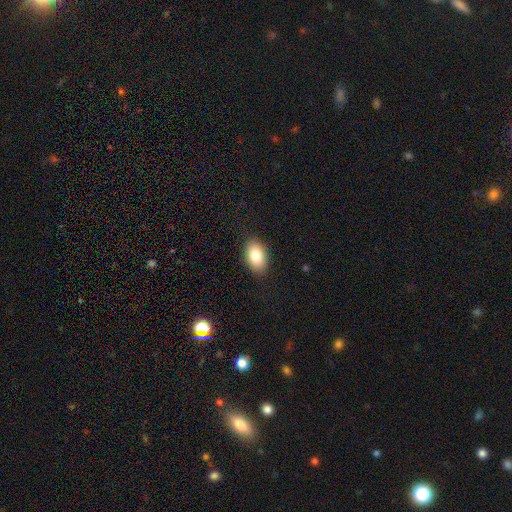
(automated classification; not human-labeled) A smooth galaxy with no disk features (86%) that is in between round and cigar-shaped (92%).

Vote fractions:
- Smooth or featured? smooth: 86% / featured or disk: 7% / star or artifact: 7%
- How rounded? in between: 92% / round: 7% / cigar-shaped: 1%
- Merging? none: 87% / minor disturbance: 9% / major disturbance: 2% / merger: 1%